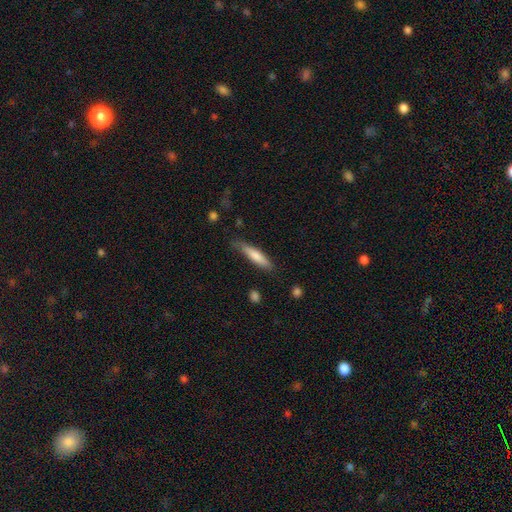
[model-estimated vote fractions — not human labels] Smooth or featured? smooth (70%)
How rounded? cigar-shaped (85%)
Merging? none (77%)